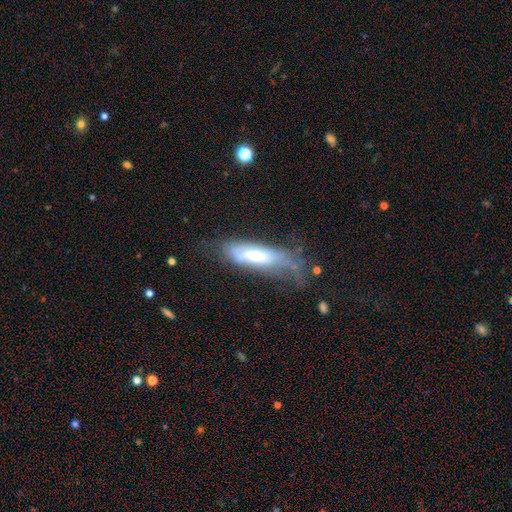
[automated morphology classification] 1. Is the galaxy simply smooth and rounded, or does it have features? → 51% featured or disk, 42% smooth, 7% star or artifact.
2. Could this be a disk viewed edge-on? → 72% no, 28% yes.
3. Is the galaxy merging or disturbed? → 37% major disturbance, 30% none, 28% minor disturbance, 5% merger.